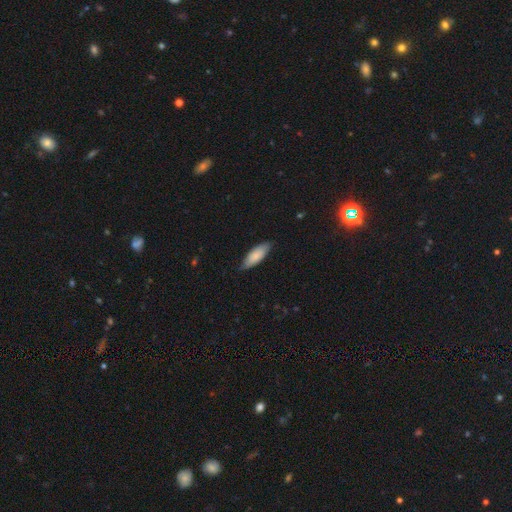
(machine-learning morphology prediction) A smooth galaxy with no disk features (78%) that is in between round and cigar-shaped (69%).

Vote fractions:
- Smooth or featured? smooth: 78% / featured or disk: 16% / star or artifact: 5%
- How rounded? in between: 69% / cigar-shaped: 30% / round: 2%
- Merging? none: 76% / minor disturbance: 20% / major disturbance: 3% / merger: 1%